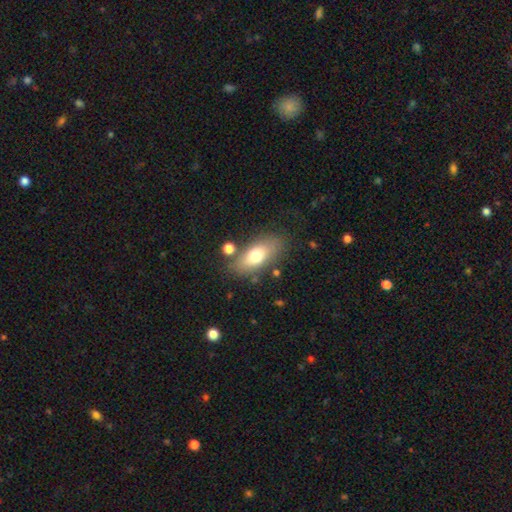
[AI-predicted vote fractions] Morphology: type=smooth (71%); roundness=in between (82%); merging=none (75%).